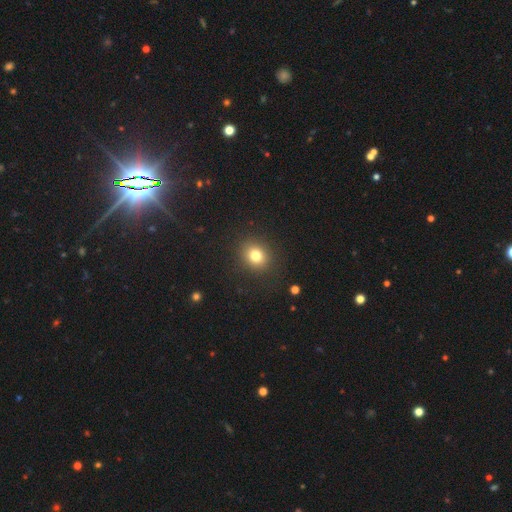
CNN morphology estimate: Overall: smooth (79%). How rounded: round (74%). Merging: none (88%).